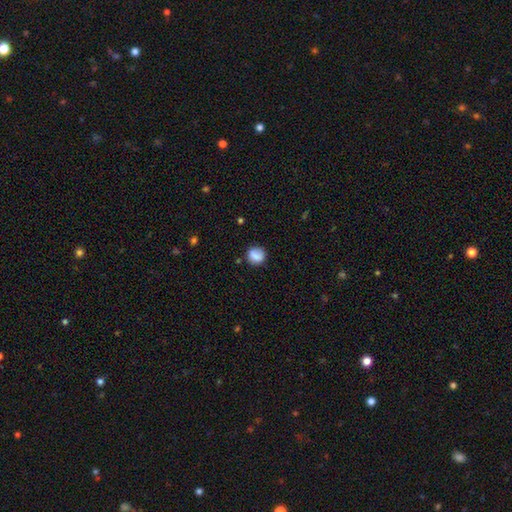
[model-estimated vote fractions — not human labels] Smooth or featured?
  - smooth: 82% *
  - featured or disk: 9%
  - star or artifact: 9%
How rounded?
  - round: 84% *
  - in between: 15%
  - cigar-shaped: 1%
Merging?
  - none: 77% *
  - minor disturbance: 15%
  - major disturbance: 4%
  - merger: 3%